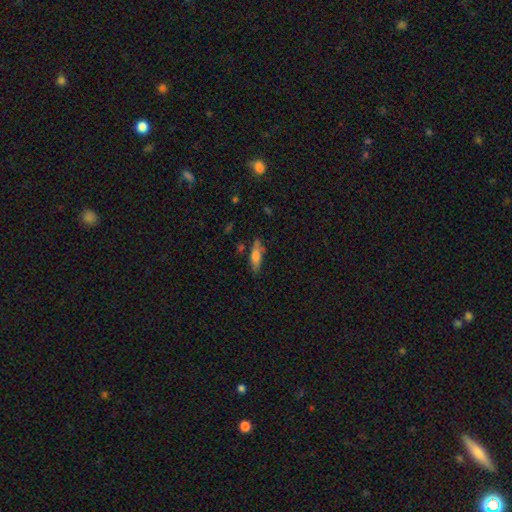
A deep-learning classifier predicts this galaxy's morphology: Smooth or featured? Predicted: smooth (p=0.70). How rounded? Predicted: in between (p=0.49, tied with cigar-shaped). Merging? Predicted: none (p=0.70).